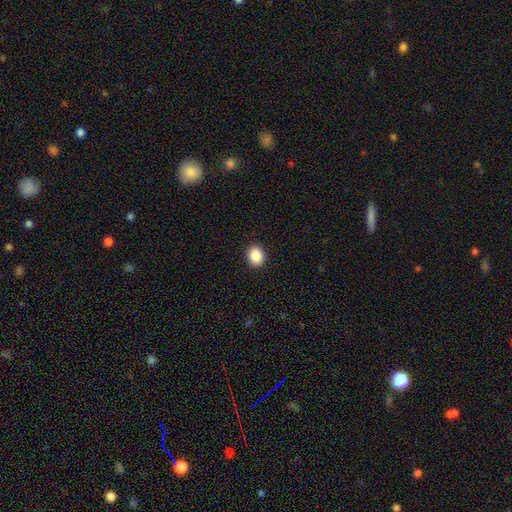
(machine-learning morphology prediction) type=smooth (89%); roundness=round (65%); merging=none (92%).